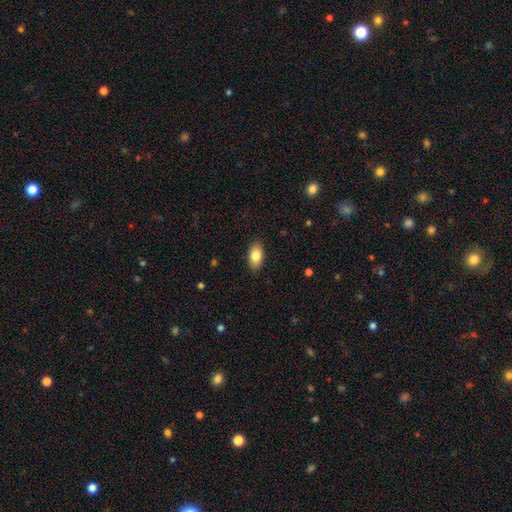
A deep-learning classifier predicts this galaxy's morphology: Overall: smooth (83%). How rounded: in between (92%). Merging: none (89%).